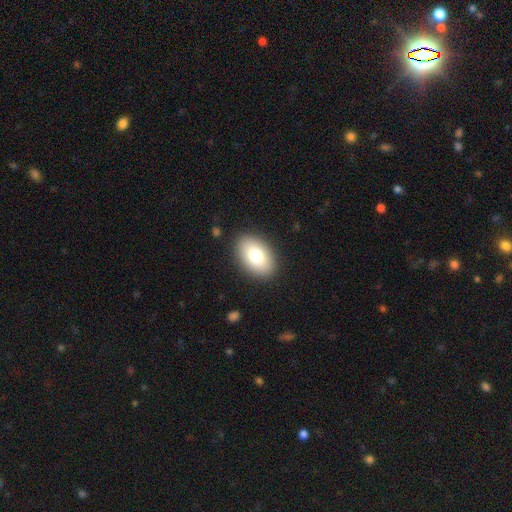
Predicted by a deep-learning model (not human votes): Overall: smooth (78%). How rounded: in between (91%). Merging: none (89%).